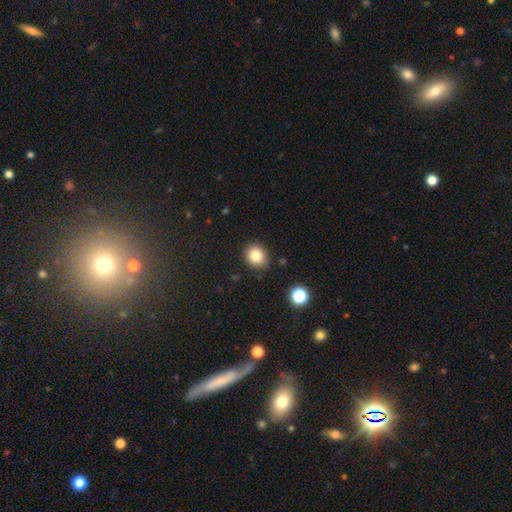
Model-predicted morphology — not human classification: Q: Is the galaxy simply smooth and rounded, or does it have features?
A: smooth — 82%.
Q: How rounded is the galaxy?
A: round — 80%.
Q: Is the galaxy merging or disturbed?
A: none — 86%.